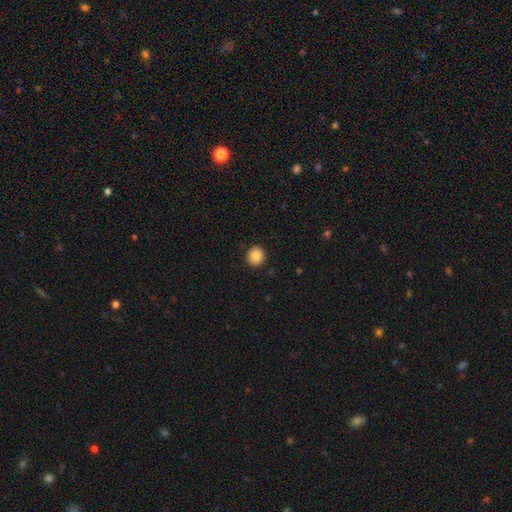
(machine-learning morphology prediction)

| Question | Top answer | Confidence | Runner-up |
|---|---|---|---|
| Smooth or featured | smooth | 88% | star or artifact (9%) |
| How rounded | round | 77% | in between (23%) |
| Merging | none | 91% | minor disturbance (6%) |